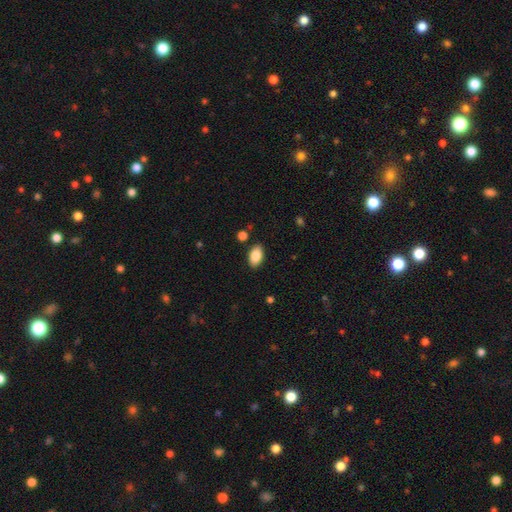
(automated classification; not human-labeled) Morphology: type=smooth (85%); roundness=in between (92%); merging=none (88%).